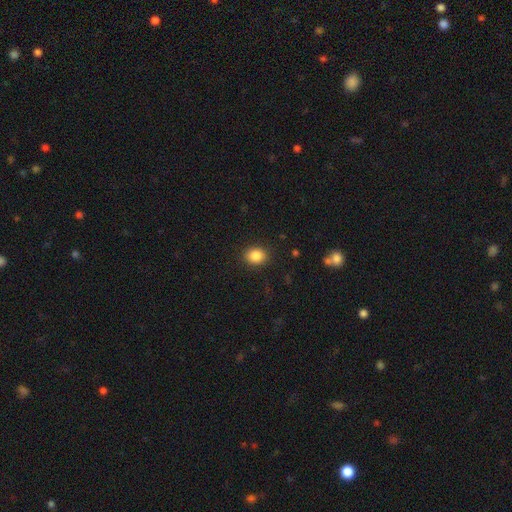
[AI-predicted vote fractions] smooth 86%, star or artifact 10%, featured or disk 4%. Down the decision tree: how rounded — round (55%); merging — none (89%).